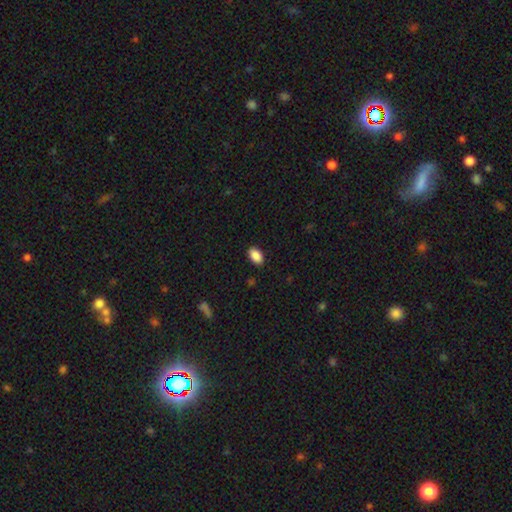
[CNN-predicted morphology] smooth 89%, star or artifact 7%, featured or disk 3%. Down the decision tree: how rounded — in between (92%); merging — none (88%).